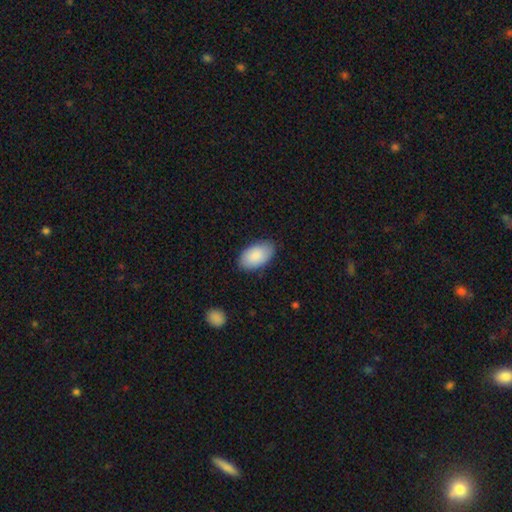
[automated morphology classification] type=smooth (86%); roundness=in between (95%); merging=none (83%).